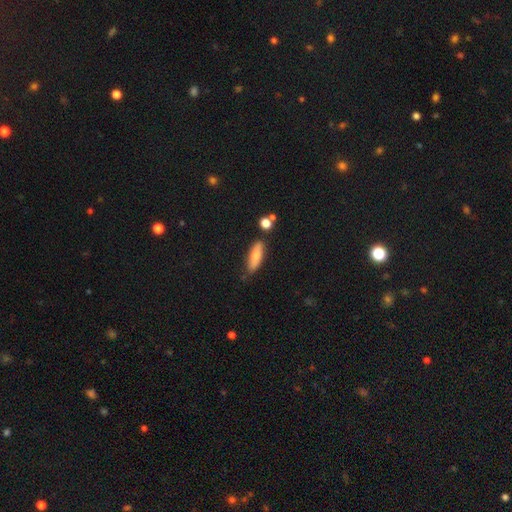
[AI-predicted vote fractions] This is likely a smooth galaxy (75%). How rounded: possibly in between (52%). Merging: likely none (75%).